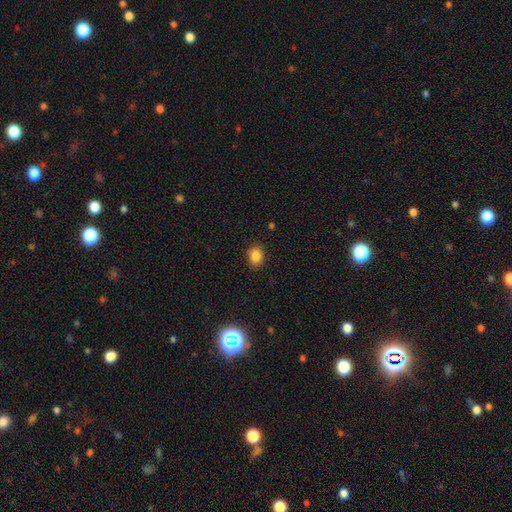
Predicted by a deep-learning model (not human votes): Smooth or featured: smooth — 84% (star or artifact — 11%)
How rounded: in between — 55% (round — 44%)
Merging: none — 87% (minor disturbance — 9%)